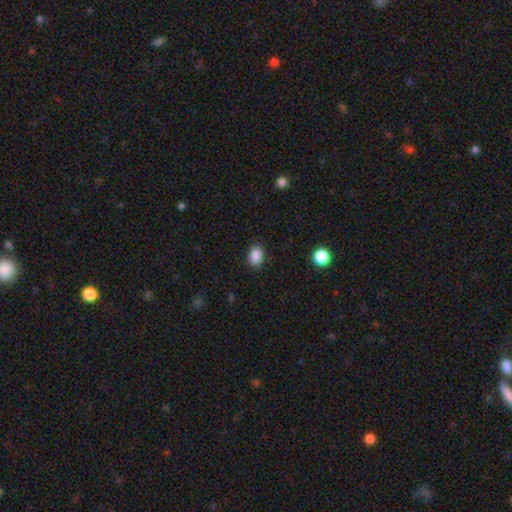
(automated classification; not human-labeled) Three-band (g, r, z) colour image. It shows a smooth galaxy with no disk features (88%) that is in between round and cigar-shaped (80%). Merging: none (88%).